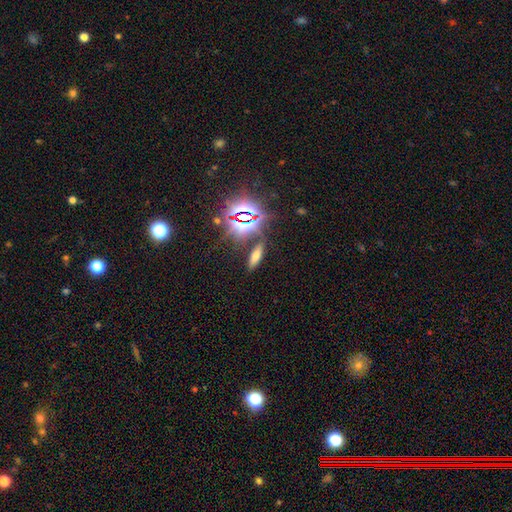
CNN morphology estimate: Smooth or featured? Predicted: smooth (p=0.55). How rounded? Predicted: in between (p=0.50). Merging? Predicted: none (p=0.83).